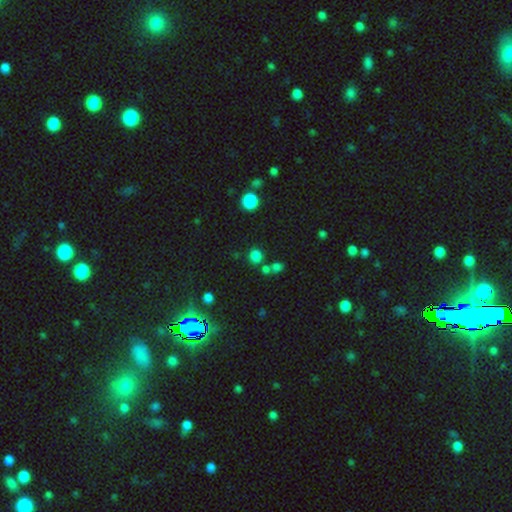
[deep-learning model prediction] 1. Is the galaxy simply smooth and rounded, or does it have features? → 76% smooth, 19% star or artifact, 5% featured or disk.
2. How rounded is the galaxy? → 87% round, 12% in between, 1% cigar-shaped.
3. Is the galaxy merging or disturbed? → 71% none, 16% merger, 9% minor disturbance, 4% major disturbance.